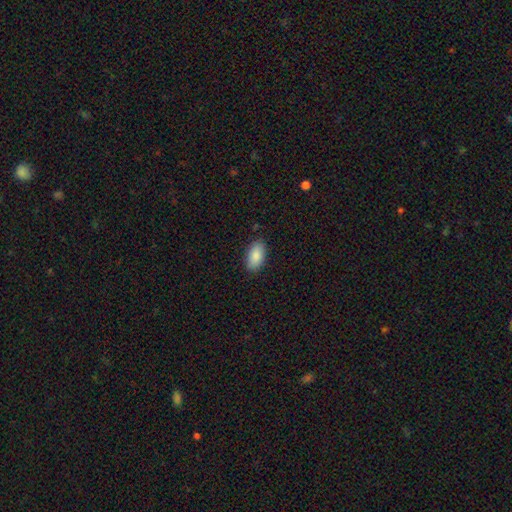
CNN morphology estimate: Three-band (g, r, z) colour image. It shows a smooth galaxy with no disk features (88%) that is in between round and cigar-shaped (94%). Merging: none (86%).